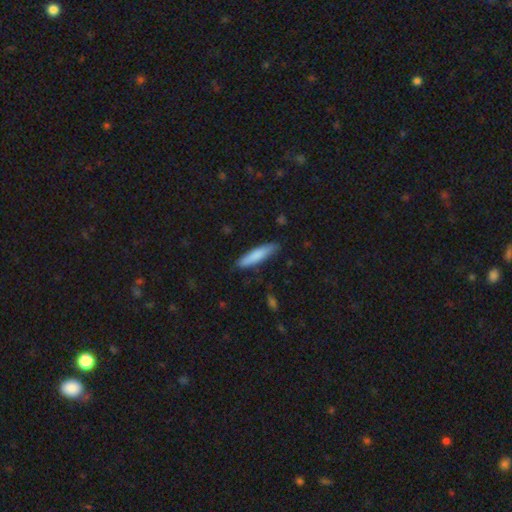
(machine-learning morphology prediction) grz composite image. It shows a smooth galaxy with no disk features (81%) that is cigar-shaped (83%). Merging: none (83%).